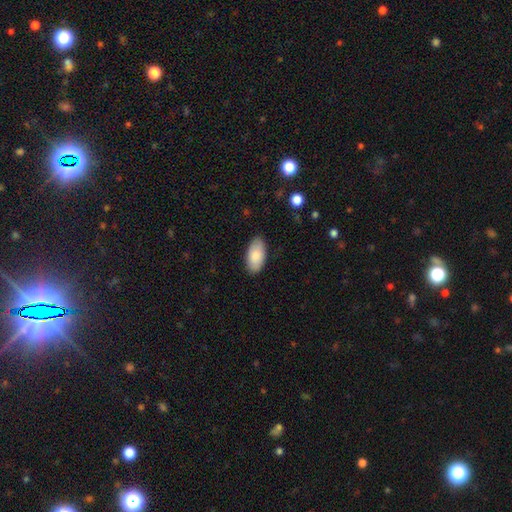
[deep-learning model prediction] Smooth or featured? smooth (86%)
How rounded? in between (95%)
Merging? none (87%)